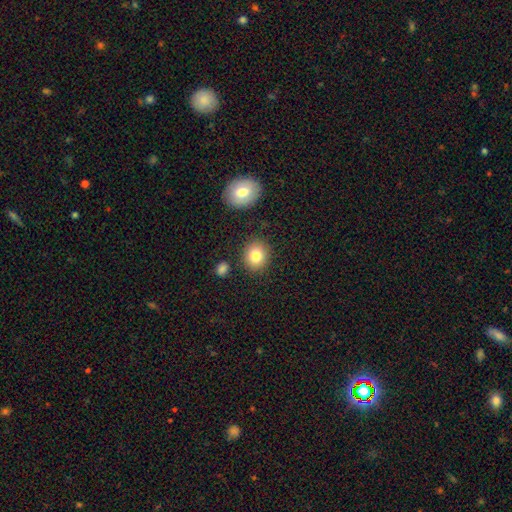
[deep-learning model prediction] smooth_or_featured: smooth (p=0.81) [alt: star or artifact p=0.10]
how_rounded: round (p=0.75) [alt: in between p=0.24]
merging: none (p=0.84) [alt: minor disturbance p=0.09]